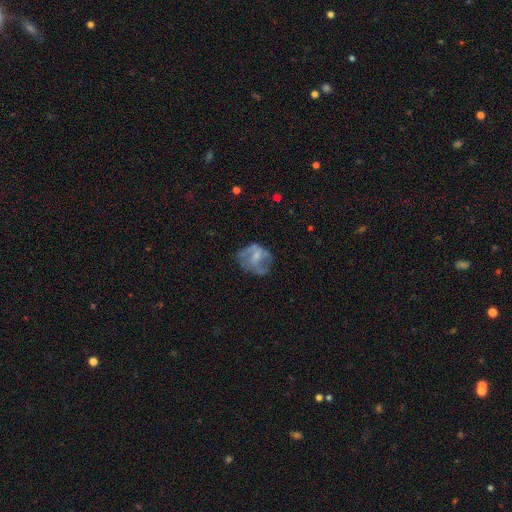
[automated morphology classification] A featured or disk galaxy (57%) with no bar (45%), spiral arms (50%, tied with no) and a small central bulge (39%).

Vote fractions:
- Smooth or featured? featured or disk: 57% / smooth: 34% / star or artifact: 9%
- Edge-on disk? no: 97% / yes: 3%
- Bar? no: 45% / weak: 41% / strong: 14%
- Spiral arms? yes: 50% (tied) / no: 50% (tied)
- Bulge size? small: 39% / none: 30% / moderate: 26% / large: 3% / dominant: 1%
- Merging? none: 52% / minor disturbance: 23% / major disturbance: 22% / merger: 3%